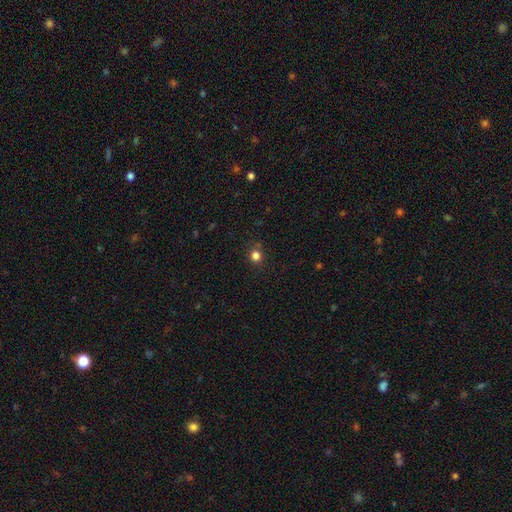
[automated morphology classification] smooth 78%, star or artifact 17%, featured or disk 5%. Down the decision tree: how rounded — round (88%); merging — none (83%).